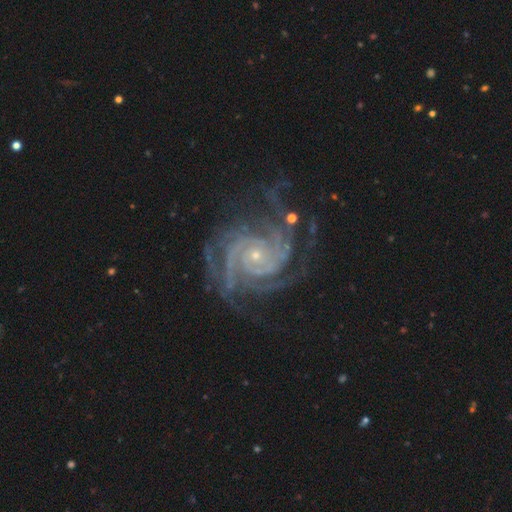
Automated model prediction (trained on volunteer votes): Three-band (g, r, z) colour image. It shows a featured or disk galaxy (92%) with no bar (74%), 4 (27%) tight (73%) spiral arms (99%) and a small central bulge (81%). Merging: none (71%).